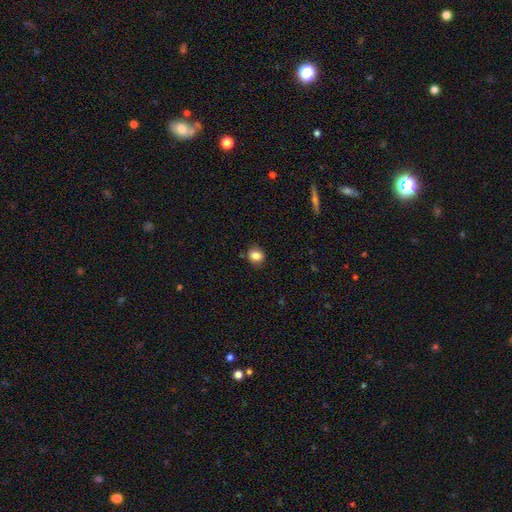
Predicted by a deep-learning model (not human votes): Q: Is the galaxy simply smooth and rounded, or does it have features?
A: smooth — 84%.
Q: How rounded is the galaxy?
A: round — 68%.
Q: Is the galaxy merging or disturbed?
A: none — 85%.